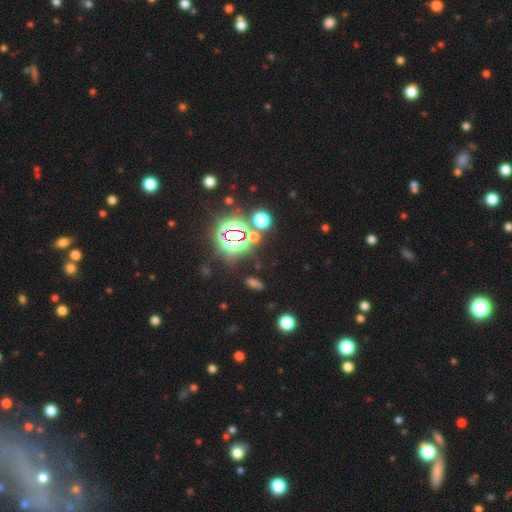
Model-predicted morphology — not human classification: star or artifact 81%, smooth 13%, featured or disk 7%.